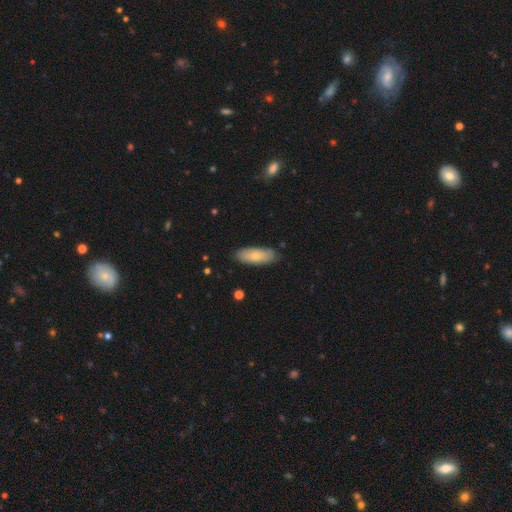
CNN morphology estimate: Smooth or featured?
  - smooth: 71% *
  - featured or disk: 23%
  - star or artifact: 6%
How rounded?
  - in between: 77% *
  - cigar-shaped: 21%
  - round: 2%
Merging?
  - none: 82% *
  - minor disturbance: 15%
  - major disturbance: 2%
  - merger: 1%